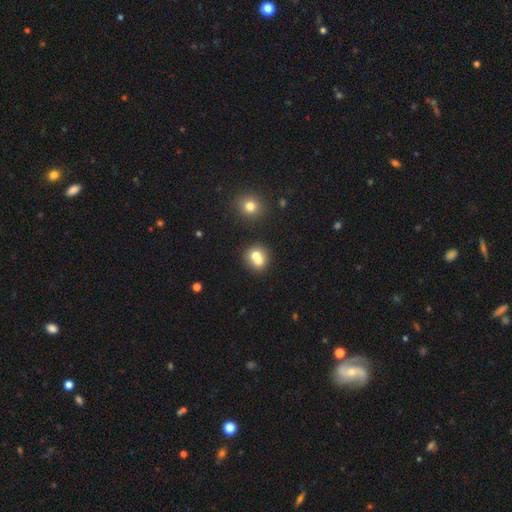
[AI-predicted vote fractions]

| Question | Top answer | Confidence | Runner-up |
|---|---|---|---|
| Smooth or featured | smooth | 70% | featured or disk (19%) |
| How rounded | round | 77% | in between (22%) |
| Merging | merger | 52% | none (38%) |